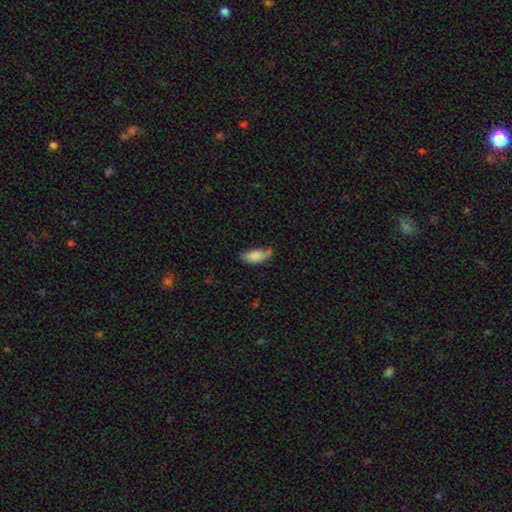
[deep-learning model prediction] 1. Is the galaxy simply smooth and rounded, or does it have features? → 83% smooth, 10% featured or disk, 7% star or artifact.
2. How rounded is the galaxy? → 85% in between, 13% cigar-shaped, 2% round.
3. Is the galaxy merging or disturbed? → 54% none, 32% minor disturbance, 8% major disturbance, 7% merger.